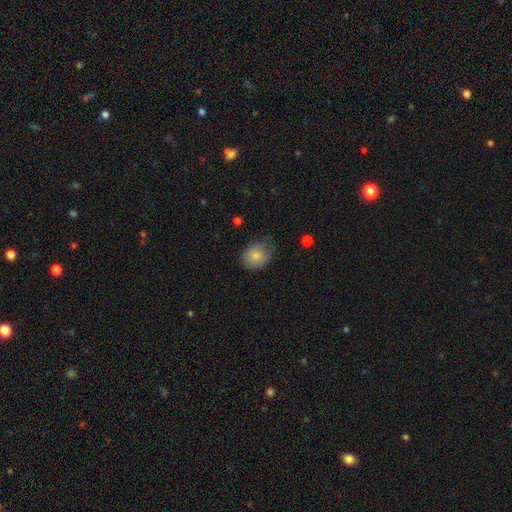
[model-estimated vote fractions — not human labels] smooth_or_featured: smooth (p=0.81) [alt: featured or disk p=0.11]
how_rounded: round (p=0.53) [alt: in between p=0.46]
merging: none (p=0.65) [alt: minor disturbance p=0.27]